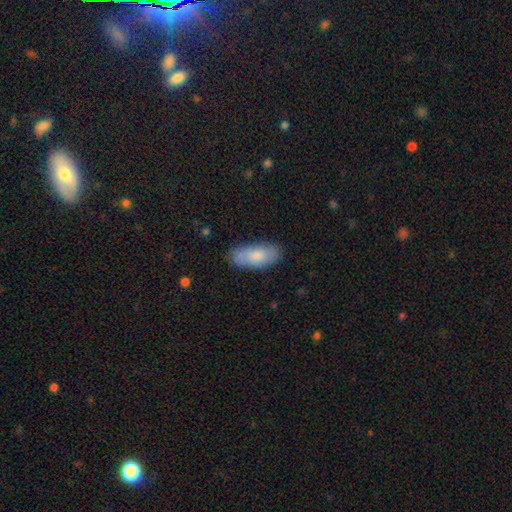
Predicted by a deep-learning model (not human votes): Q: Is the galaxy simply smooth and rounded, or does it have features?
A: smooth — 77%.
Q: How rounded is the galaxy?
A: in between — 85%.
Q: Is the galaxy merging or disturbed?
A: none — 80%.